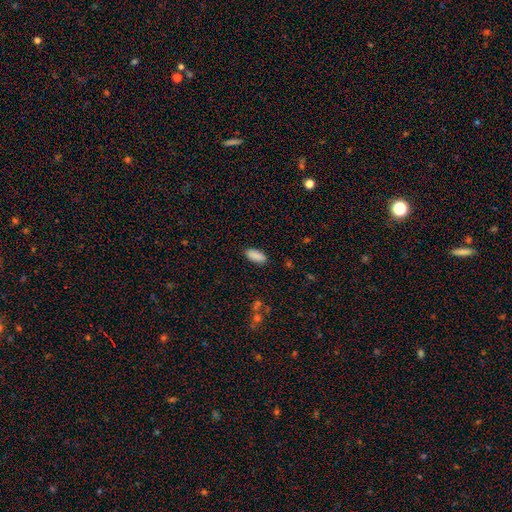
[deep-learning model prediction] Smooth or featured? Predicted: smooth (p=0.89). How rounded? Predicted: in between (p=0.86). Merging? Predicted: none (p=0.88).